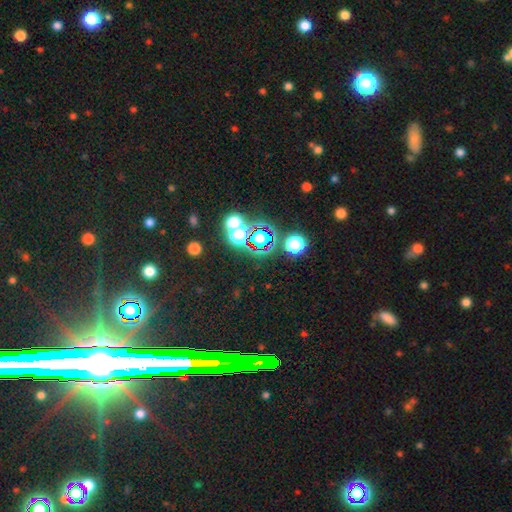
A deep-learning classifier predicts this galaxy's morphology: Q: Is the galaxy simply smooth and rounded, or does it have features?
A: star or artifact — 76%.